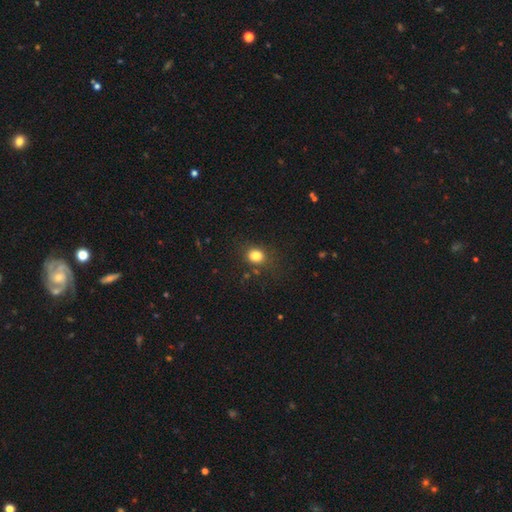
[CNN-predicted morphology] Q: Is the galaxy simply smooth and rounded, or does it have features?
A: smooth — 82%.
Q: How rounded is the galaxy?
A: round — 65%.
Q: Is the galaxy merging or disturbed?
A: none — 76%.